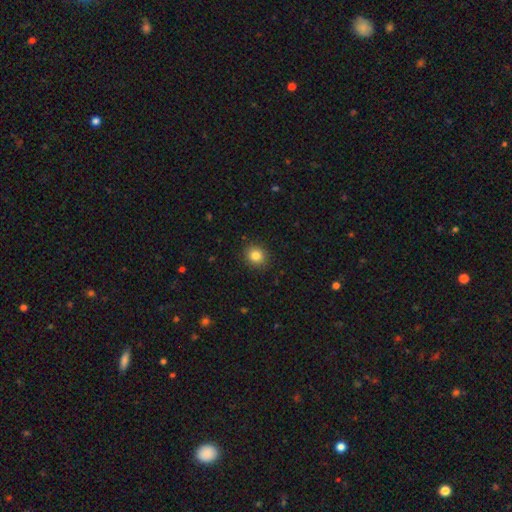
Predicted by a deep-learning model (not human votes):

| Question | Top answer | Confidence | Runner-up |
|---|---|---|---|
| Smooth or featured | smooth | 84% | star or artifact (11%) |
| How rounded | round | 86% | in between (13%) |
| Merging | none | 91% | minor disturbance (6%) |